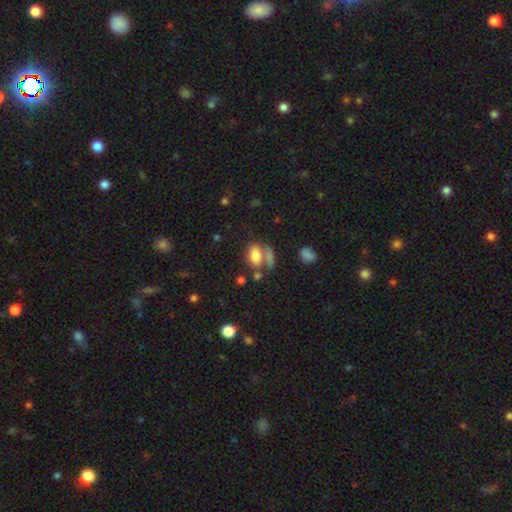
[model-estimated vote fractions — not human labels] Smooth or featured: smooth — 78% (star or artifact — 11%)
How rounded: in between — 85% (round — 10%)
Merging: none — 41% (merger — 36%)